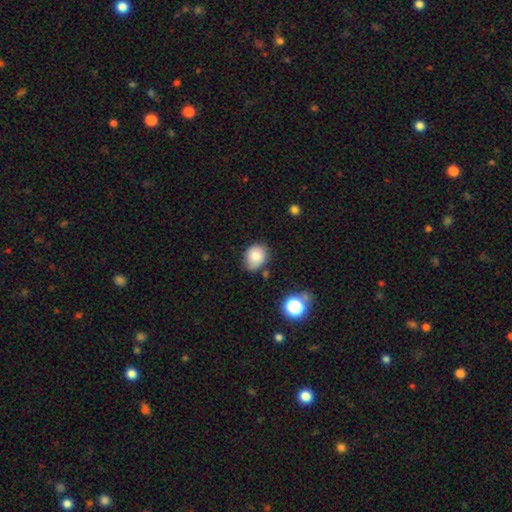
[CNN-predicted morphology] Smooth or featured: smooth — 78% (featured or disk — 13%)
How rounded: in between — 51% (round — 48%)
Merging: none — 64% (minor disturbance — 27%)